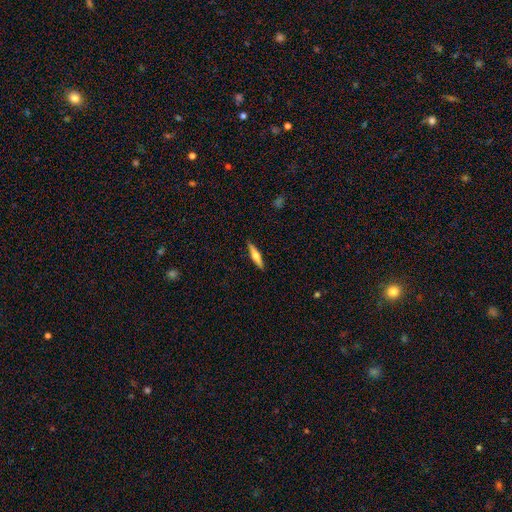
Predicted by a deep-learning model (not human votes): This appears to be a featured or disk galaxy (52%) viewed edge-on (96%). Merging: none (90%).